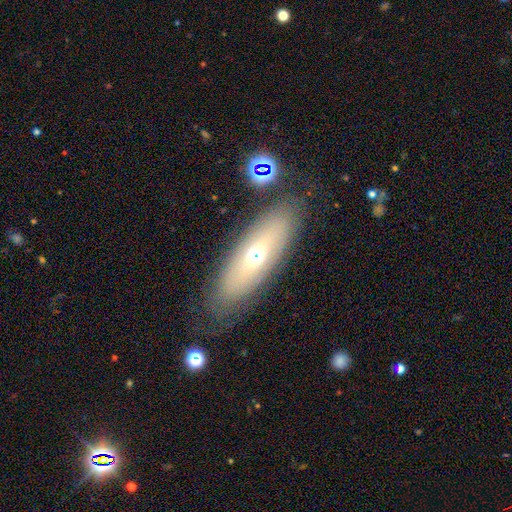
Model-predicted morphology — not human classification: Smooth or featured?
  - smooth: 50% *
  - featured or disk: 41%
  - star or artifact: 9%
How rounded?
  - in between: 55% *
  - cigar-shaped: 41%
  - round: 3%
Merging?
  - none: 80% *
  - minor disturbance: 12%
  - major disturbance: 4%
  - merger: 3%